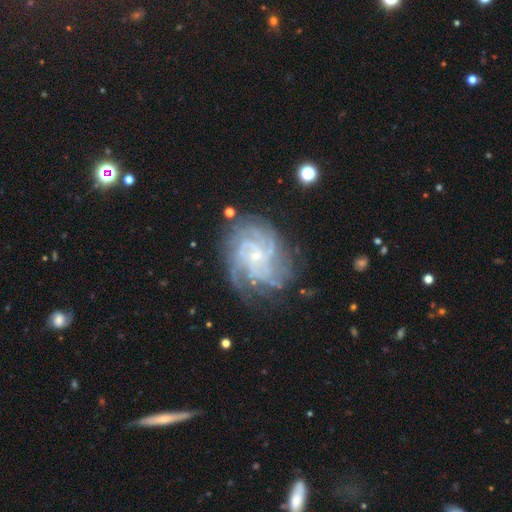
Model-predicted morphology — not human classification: Smooth or featured? featured or disk (87%)
Edge-on disk? no (98%)
Bar? no (69%)
Spiral arms? yes (97%)
Spiral winding? tight (64%)
Spiral arm count? 4 (28%)
Bulge size? small (83%)
Merging? none (72%)